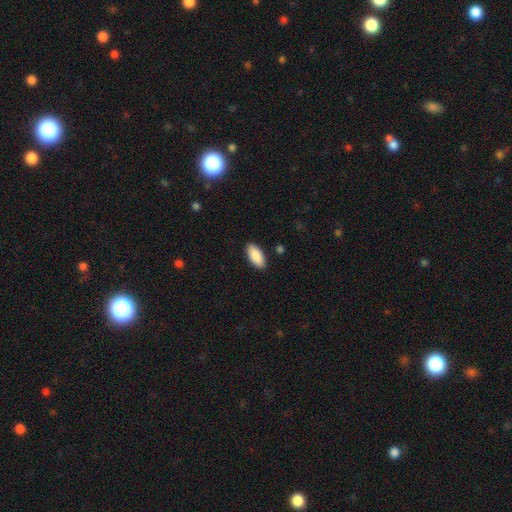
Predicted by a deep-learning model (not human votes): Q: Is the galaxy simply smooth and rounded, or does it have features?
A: smooth — 90%.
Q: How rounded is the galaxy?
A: in between — 88%.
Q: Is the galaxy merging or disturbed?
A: none — 89%.